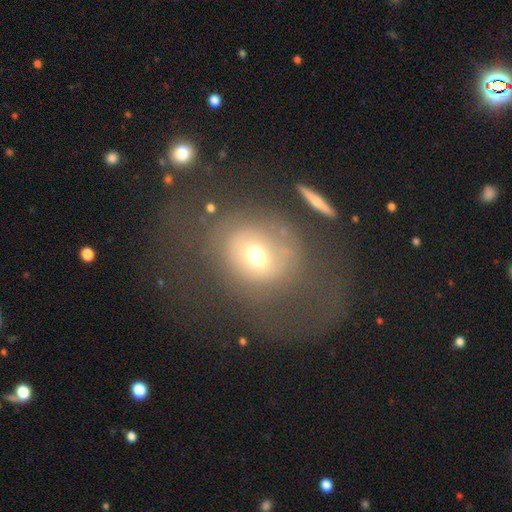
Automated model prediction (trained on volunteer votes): The model was most divided on "merging": none: 47%, major disturbance: 33%, minor disturbance: 15%, merger: 5%. More confident: how rounded — round (73%); smooth or featured — smooth (58%).